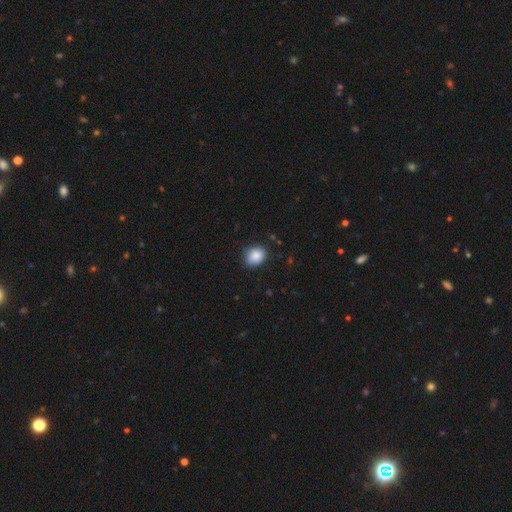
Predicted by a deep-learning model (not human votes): Smooth or featured?
  - smooth: 87% *
  - star or artifact: 8%
  - featured or disk: 5%
How rounded?
  - in between: 53% *
  - round: 46%
  - cigar-shaped: 1%
Merging?
  - none: 80% *
  - minor disturbance: 16%
  - major disturbance: 3%
  - merger: 1%